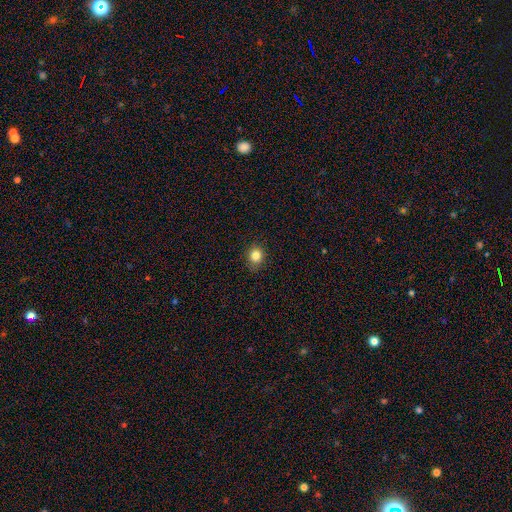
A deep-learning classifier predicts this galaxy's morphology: Smooth or featured? smooth (84%)
How rounded? round (76%)
Merging? none (87%)